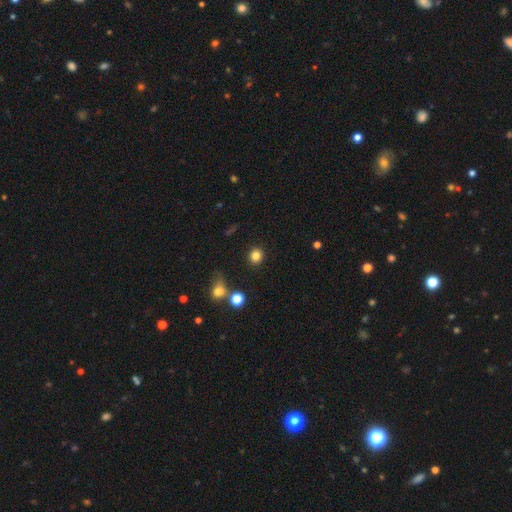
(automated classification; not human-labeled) smooth 83%, star or artifact 12%, featured or disk 5%. Down the decision tree: how rounded — round (86%); merging — none (88%).